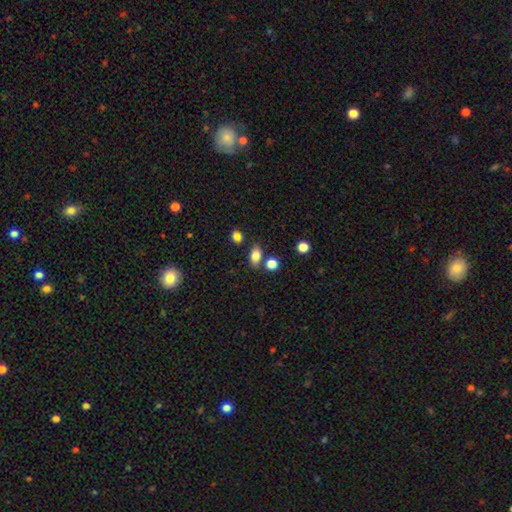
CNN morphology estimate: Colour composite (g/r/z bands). It shows a smooth galaxy with no disk features (81%) that is in between round and cigar-shaped (83%). Merging: none (73%).